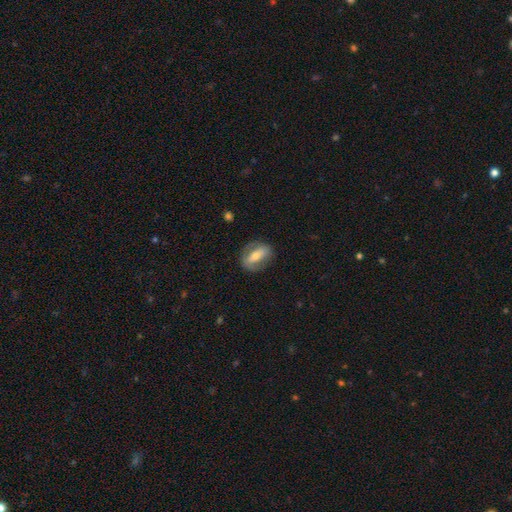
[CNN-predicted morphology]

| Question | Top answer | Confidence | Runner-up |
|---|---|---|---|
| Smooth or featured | featured or disk | 50% | smooth (43%) |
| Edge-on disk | no | 86% | yes (14%) |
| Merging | none | 76% | minor disturbance (16%) |